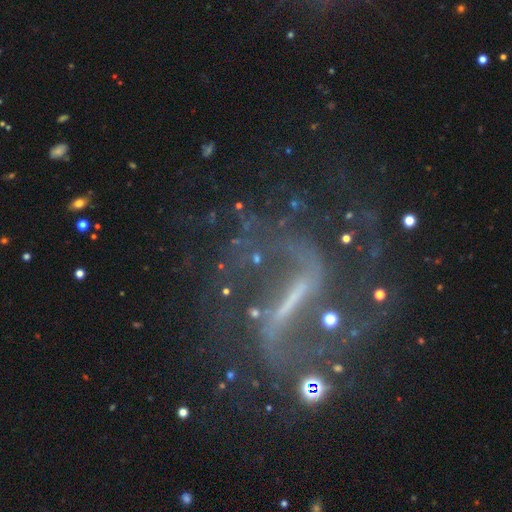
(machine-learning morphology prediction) Smooth or featured? featured or disk (85%)
Edge-on disk? no (96%)
Bar? strong (70%)
Spiral arms? yes (92%)
Spiral winding? loose (63%)
Spiral arm count? 2 (87%)
Bulge size? none (47%)
Merging? none (55%)